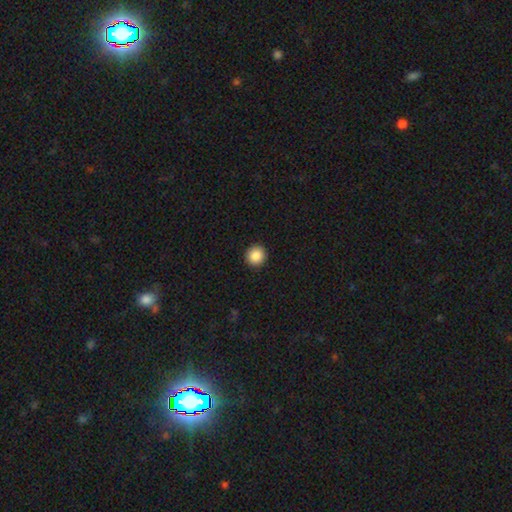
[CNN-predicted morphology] Overall: smooth (88%). How rounded: round (93%). Merging: none (93%).